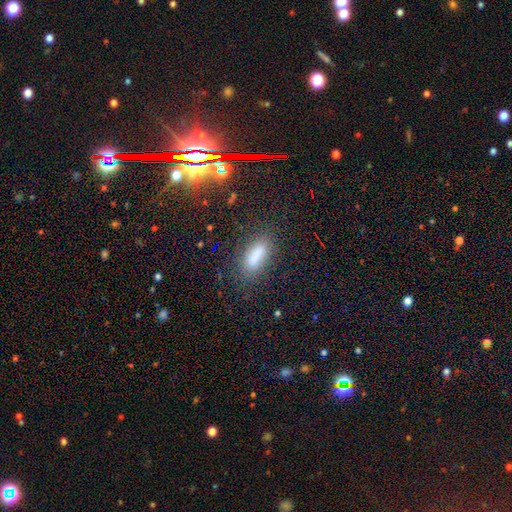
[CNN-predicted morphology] This is likely a smooth galaxy (76%). How rounded: possibly in between (60%). Merging: likely none (76%).